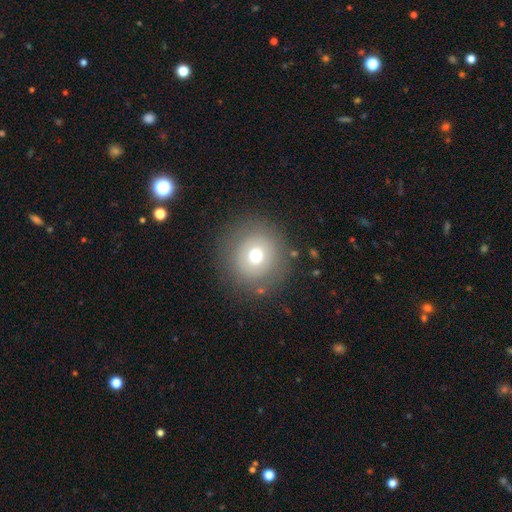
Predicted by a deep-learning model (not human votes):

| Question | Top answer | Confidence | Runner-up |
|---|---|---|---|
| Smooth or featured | smooth | 65% | featured or disk (21%) |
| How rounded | round | 94% | in between (5%) |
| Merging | none | 86% | minor disturbance (8%) |